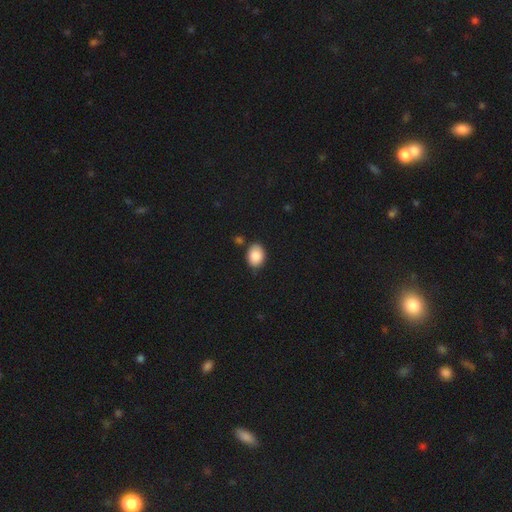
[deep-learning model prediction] smooth-or-featured: smooth: 88% | star or artifact: 7% | featured or disk: 5%
  how-rounded: in between: 74% | round: 25% | cigar-shaped: 1%
  merging: none: 79% | minor disturbance: 14% | merger: 4% | major disturbance: 3%